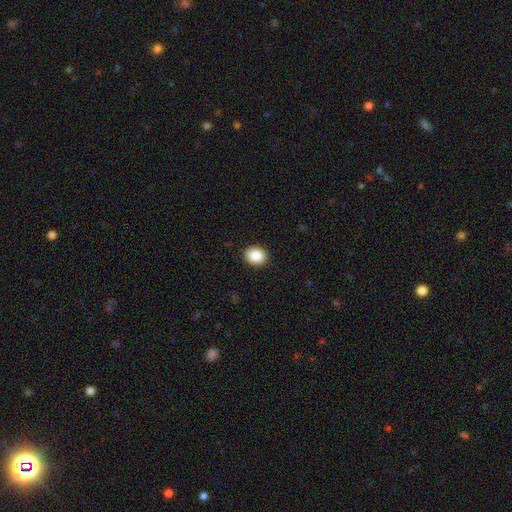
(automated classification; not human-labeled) smooth_or_featured: smooth (p=0.88) [alt: star or artifact p=0.08]
how_rounded: round (p=0.50) [alt: in between p=0.49]
merging: none (p=0.91) [alt: minor disturbance p=0.06]